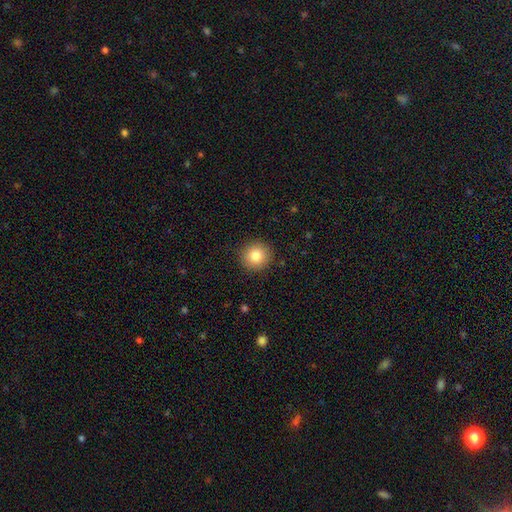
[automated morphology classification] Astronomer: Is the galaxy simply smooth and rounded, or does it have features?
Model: smooth — 84%.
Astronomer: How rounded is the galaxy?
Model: round — 92%.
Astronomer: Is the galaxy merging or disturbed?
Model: none — 91%.